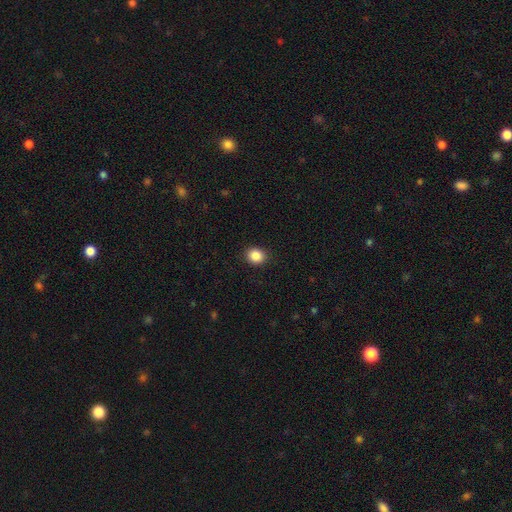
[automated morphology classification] Smooth or featured? smooth (87%)
How rounded? round (67%)
Merging? none (90%)